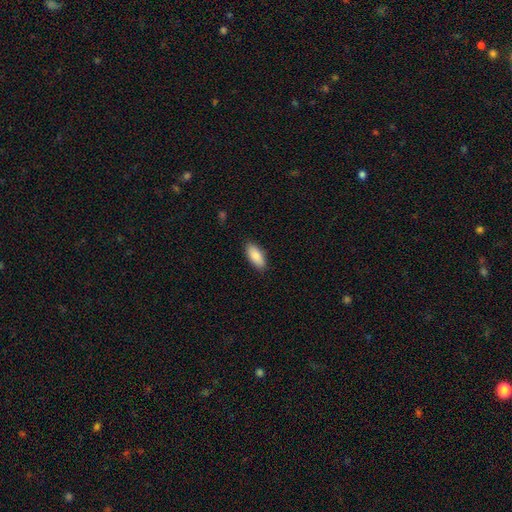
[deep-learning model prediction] Smooth or featured: smooth — 87% (featured or disk — 7%)
How rounded: in between — 86% (cigar-shaped — 12%)
Merging: none — 87% (minor disturbance — 10%)